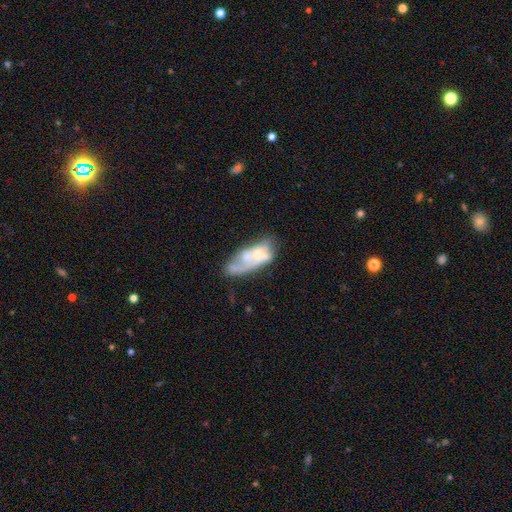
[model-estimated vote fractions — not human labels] Morphology: type=featured or disk (56%); edge-on=no (93%); bar=no (82%); spiral arms=no (72%); bulge=small (39%); merging=none (30%).